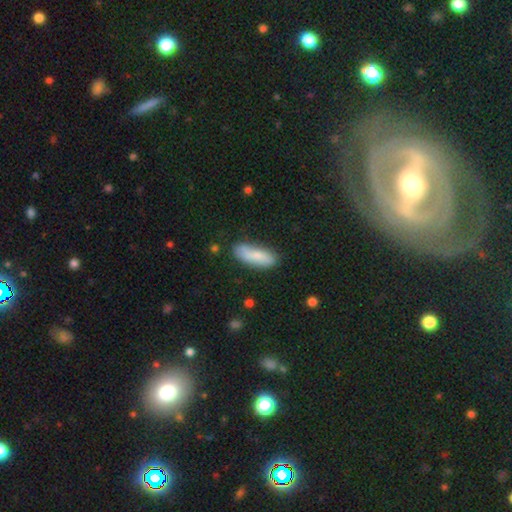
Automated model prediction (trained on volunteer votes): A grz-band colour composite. It shows a smooth galaxy with no disk features (78%) that is in between round and cigar-shaped (63%). Merging: none (73%).